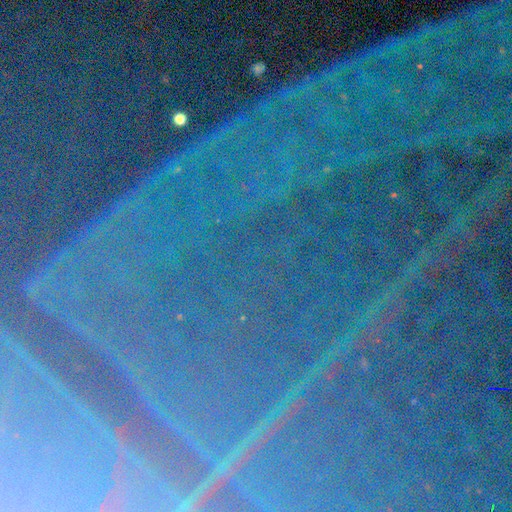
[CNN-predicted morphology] Q: Smooth or featured?
A: star or artifact (85%); runner-up: featured or disk (8%)